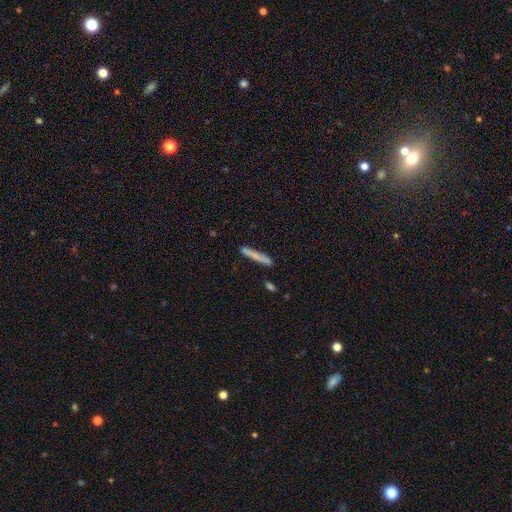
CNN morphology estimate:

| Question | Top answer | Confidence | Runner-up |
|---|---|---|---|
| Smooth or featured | smooth | 70% | featured or disk (24%) |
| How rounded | cigar-shaped | 95% | in between (4%) |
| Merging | none | 82% | minor disturbance (12%) |